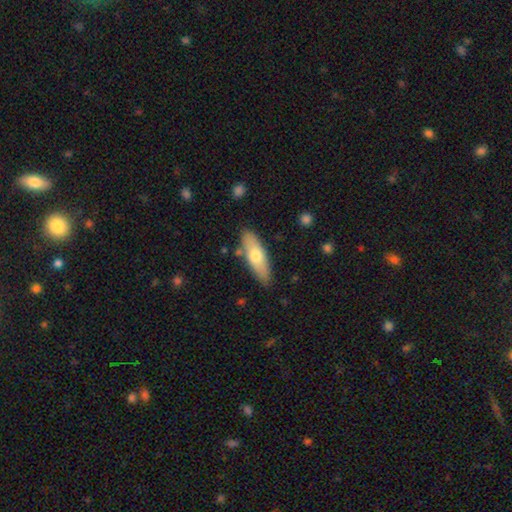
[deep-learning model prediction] Smooth or featured? smooth (61%)
How rounded? in between (53%)
Merging? none (84%)